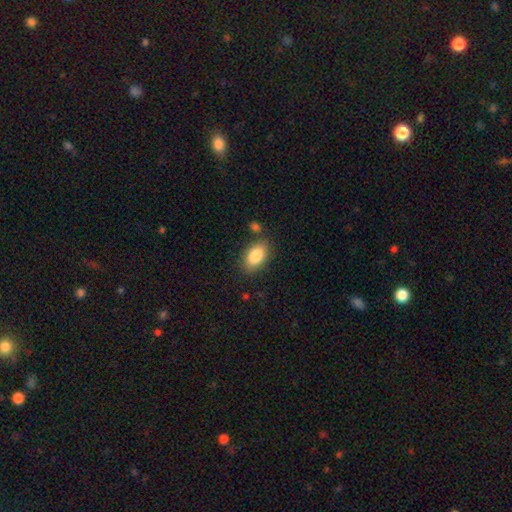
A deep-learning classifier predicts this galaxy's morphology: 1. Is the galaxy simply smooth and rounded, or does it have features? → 86% smooth, 8% featured or disk, 7% star or artifact.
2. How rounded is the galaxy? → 91% in between, 7% round, 2% cigar-shaped.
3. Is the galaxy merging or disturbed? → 80% none, 12% minor disturbance, 5% merger, 3% major disturbance.